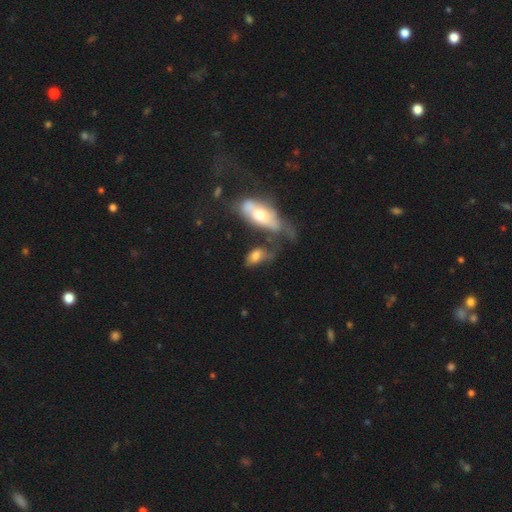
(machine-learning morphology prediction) type=smooth (64%); roundness=in between (85%); merging=none (32%).